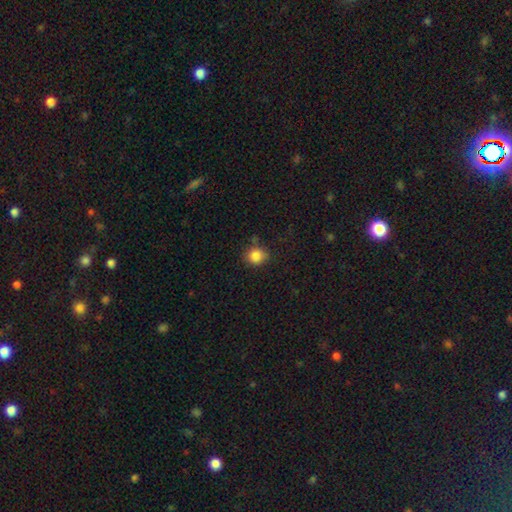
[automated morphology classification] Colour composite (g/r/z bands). It shows a smooth galaxy with no disk features (85%) that is round (81%). Merging: none (79%).